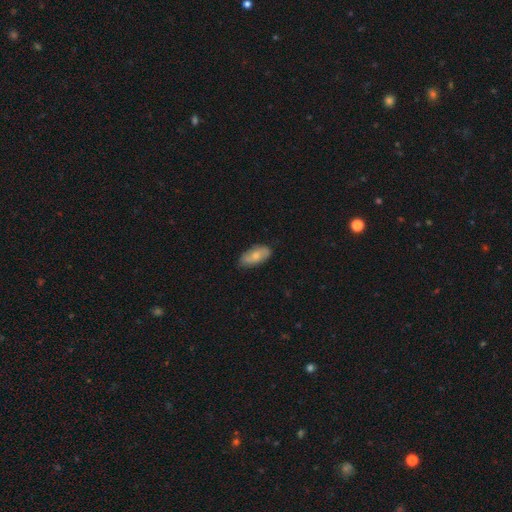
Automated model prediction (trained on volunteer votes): This appears to be a smooth galaxy with no disk features (71%) that is in between round and cigar-shaped (90%). Merging: none (78%).